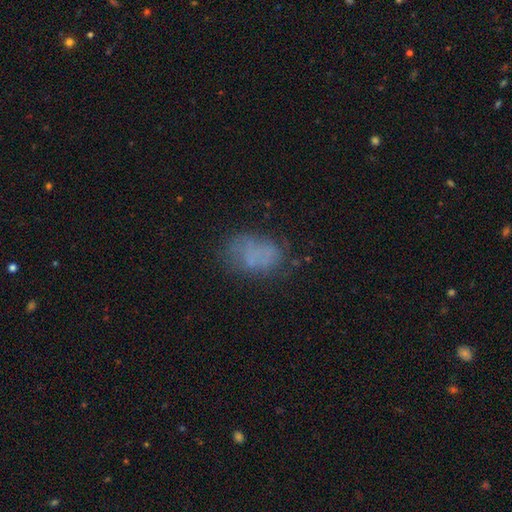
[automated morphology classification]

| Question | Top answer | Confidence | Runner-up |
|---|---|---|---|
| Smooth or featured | smooth | 57% | featured or disk (27%) |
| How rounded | in between | 84% | round (14%) |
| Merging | none | 54% | minor disturbance (24%) |